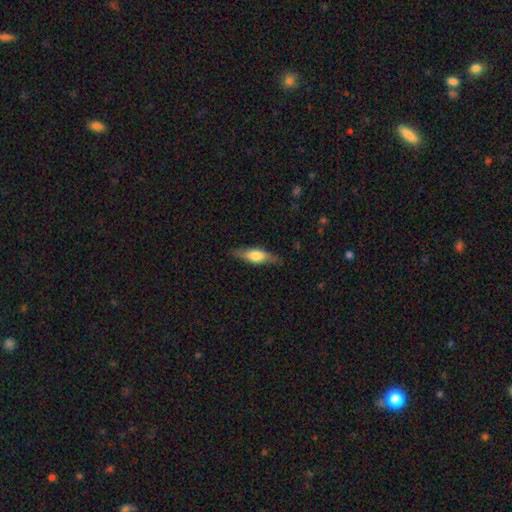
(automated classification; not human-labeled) Smooth or featured? Predicted: smooth (p=0.58). How rounded? Predicted: in between (p=0.51). Merging? Predicted: none (p=0.79).